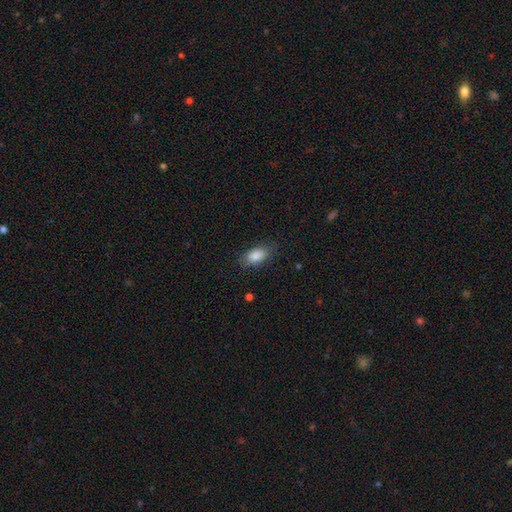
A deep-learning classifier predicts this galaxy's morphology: Smooth or featured? smooth (87%)
How rounded? in between (90%)
Merging? none (79%)